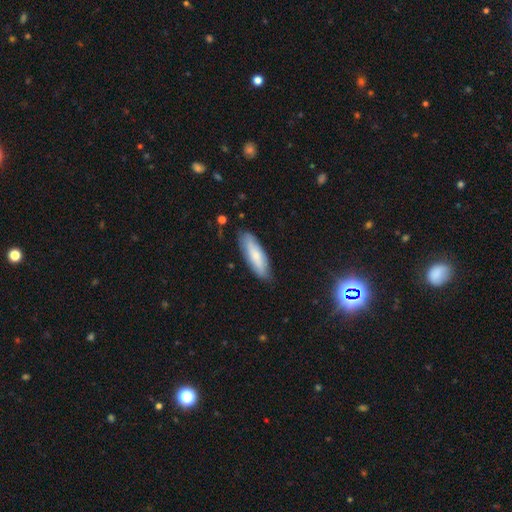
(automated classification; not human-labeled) This is likely a smooth galaxy (70%). How rounded: possibly cigar-shaped (52%). Merging: clearly none (82%).